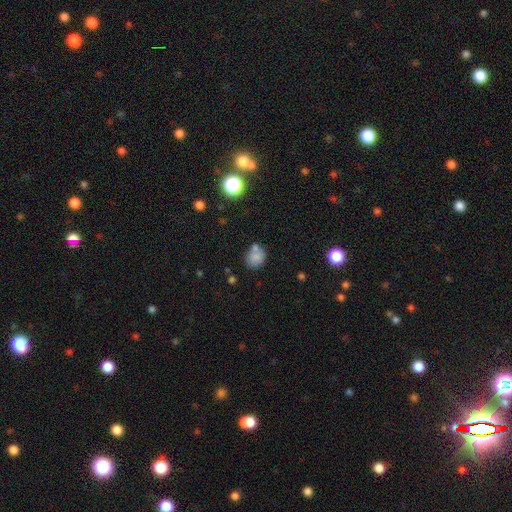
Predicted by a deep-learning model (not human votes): Overall: smooth (78%). How rounded: round (61%; in between 38%). Merging: none (55%; merger 23%).